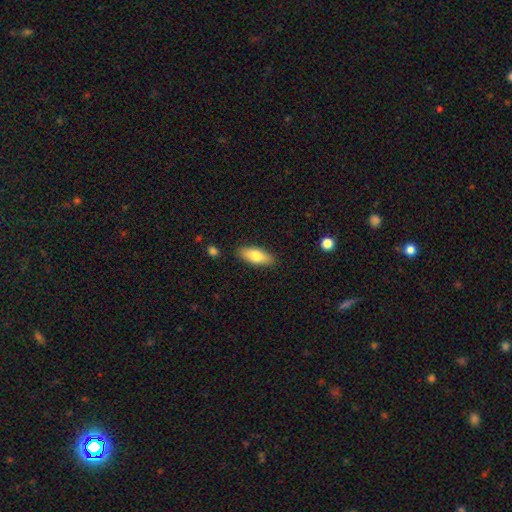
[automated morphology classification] Smooth or featured: smooth — 76% (featured or disk — 17%)
How rounded: in between — 76% (cigar-shaped — 22%)
Merging: none — 87% (minor disturbance — 9%)